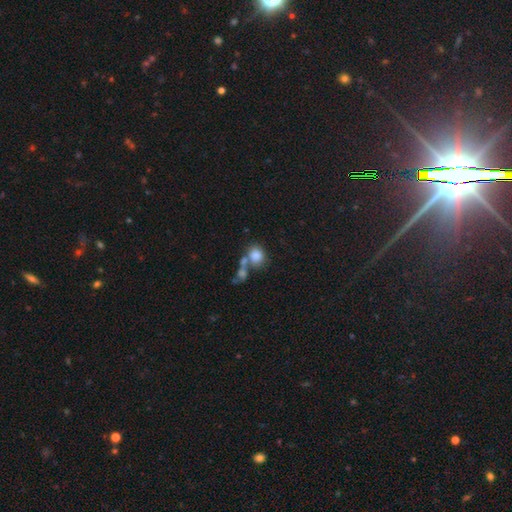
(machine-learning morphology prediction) Smooth or featured: smooth — 81% (featured or disk — 10%)
How rounded: round — 67% (in between — 32%)
Merging: merger — 41% (none — 40%)